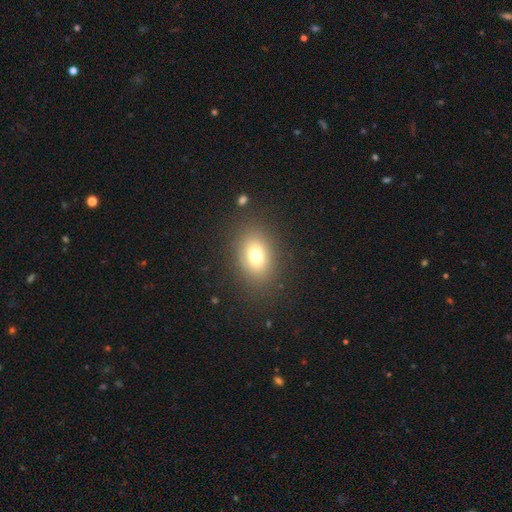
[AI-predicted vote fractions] A smooth galaxy with no disk features (73%) that is in between round and cigar-shaped (67%). Merging: none (84%).